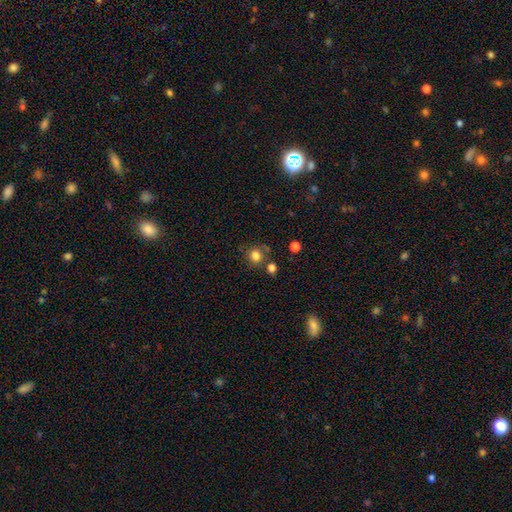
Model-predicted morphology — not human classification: Overall: smooth (81%). How rounded: round (86%). Merging: none (72%).